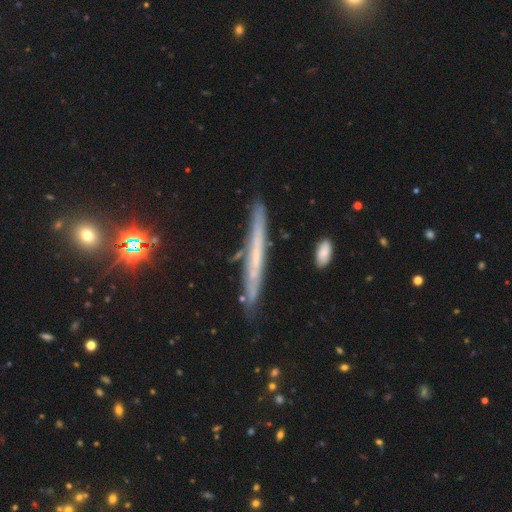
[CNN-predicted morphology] Smooth or featured? featured or disk (57%)
Edge-on disk? yes (90%)
Edge-on bulge? none (86%)
Merging? none (82%)